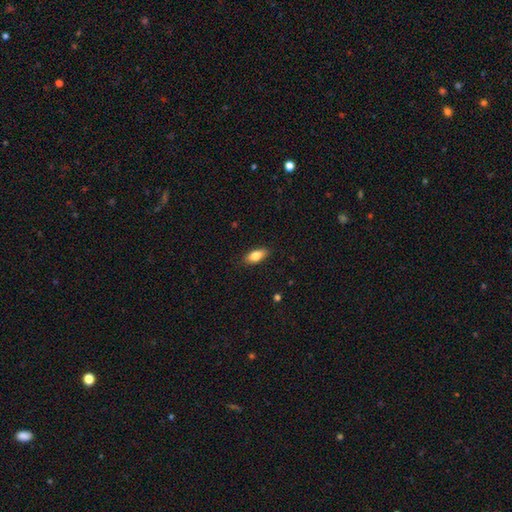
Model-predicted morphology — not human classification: smooth_or_featured: smooth (p=0.81) [alt: featured or disk p=0.11]
how_rounded: in between (p=0.86) [alt: cigar-shaped p=0.10]
merging: none (p=0.87) [alt: minor disturbance p=0.10]